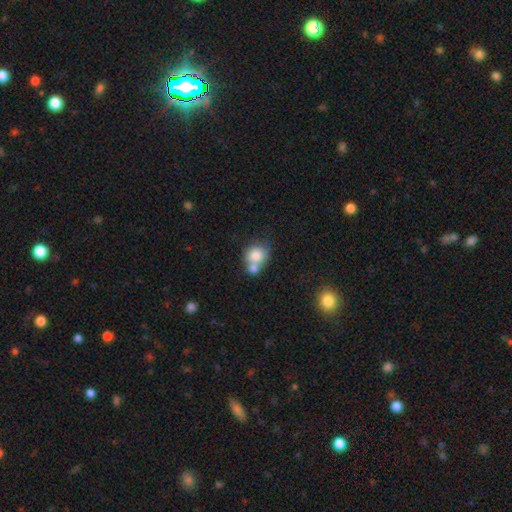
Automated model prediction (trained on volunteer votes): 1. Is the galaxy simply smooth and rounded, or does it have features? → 80% smooth, 12% featured or disk, 9% star or artifact.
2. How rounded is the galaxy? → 76% round, 23% in between, 1% cigar-shaped.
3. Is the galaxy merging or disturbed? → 52% merger, 34% none, 10% minor disturbance, 4% major disturbance.